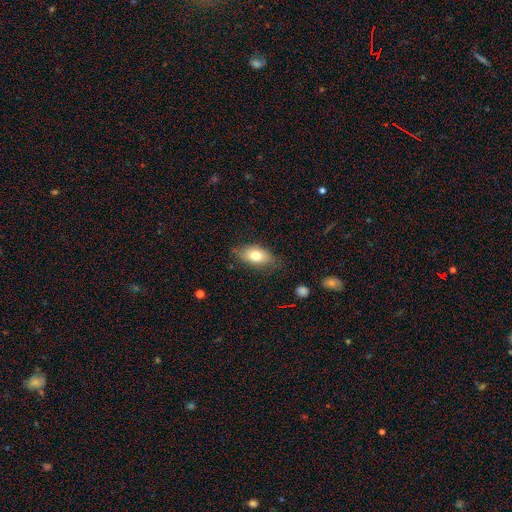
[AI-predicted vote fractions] smooth-or-featured: smooth: 76% | featured or disk: 17% | star or artifact: 7%
  how-rounded: in between: 89% | round: 6% | cigar-shaped: 5%
  merging: none: 75% | minor disturbance: 19% | major disturbance: 4% | merger: 1%